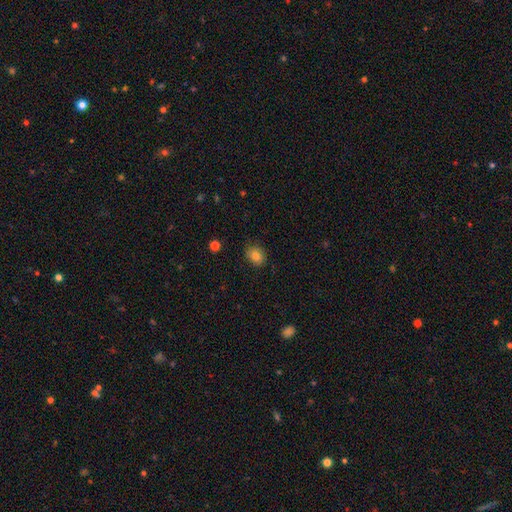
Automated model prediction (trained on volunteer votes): smooth-or-featured: smooth: 82% | star or artifact: 11% | featured or disk: 7%
  how-rounded: round: 54% | in between: 45% | cigar-shaped: 1%
  merging: none: 83% | minor disturbance: 13% | major disturbance: 3% | merger: 1%